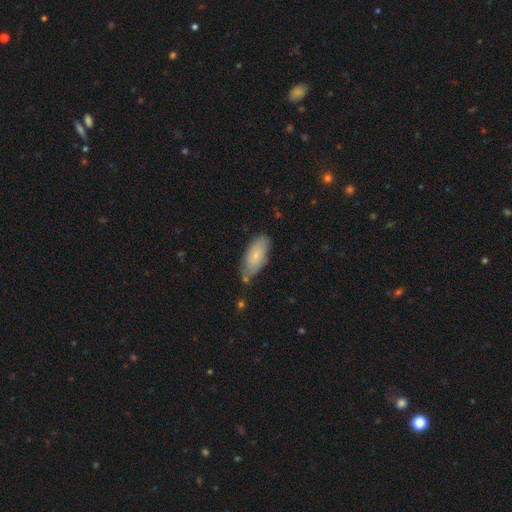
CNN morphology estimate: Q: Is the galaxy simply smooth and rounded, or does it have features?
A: smooth — 74%.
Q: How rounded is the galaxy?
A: in between — 85%.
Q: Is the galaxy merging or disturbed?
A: none — 65%.